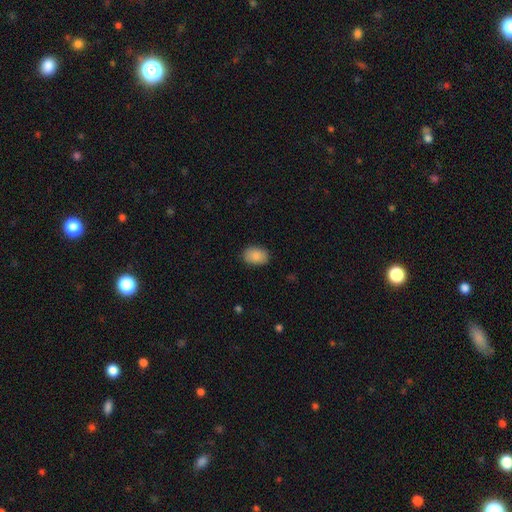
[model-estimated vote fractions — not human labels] Overall: smooth (88%). How rounded: in between (82%). Merging: none (87%).